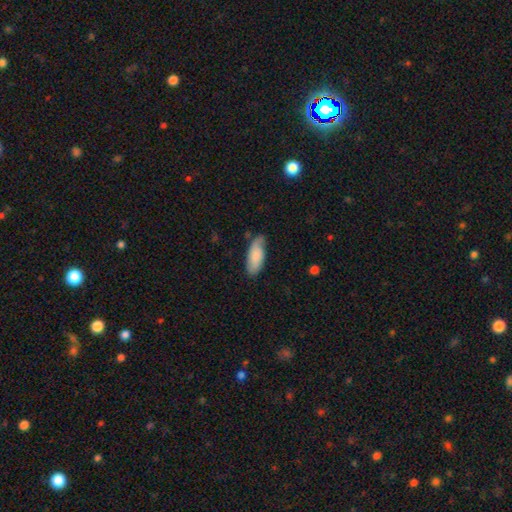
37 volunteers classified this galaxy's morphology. Q: Smooth or featured?
A: smooth (76%); runner-up: featured or disk (19%)
Q: How rounded?
A: in between (75%); runner-up: cigar-shaped (21%)
Q: Merging?
A: none (69%); runner-up: minor disturbance (23%)